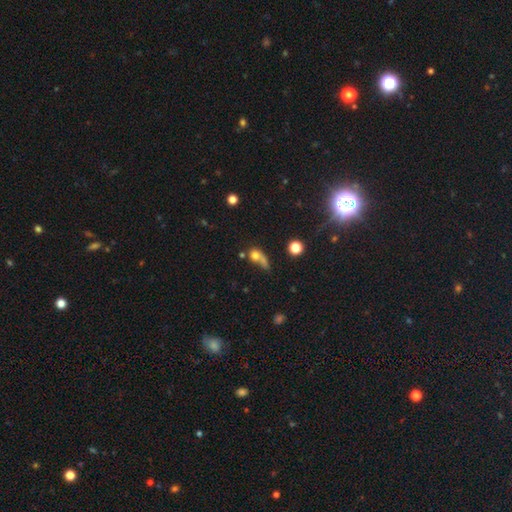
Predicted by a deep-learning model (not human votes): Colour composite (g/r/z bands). It shows a smooth galaxy with no disk features (66%) that is round (51%). Merging: none (30%).